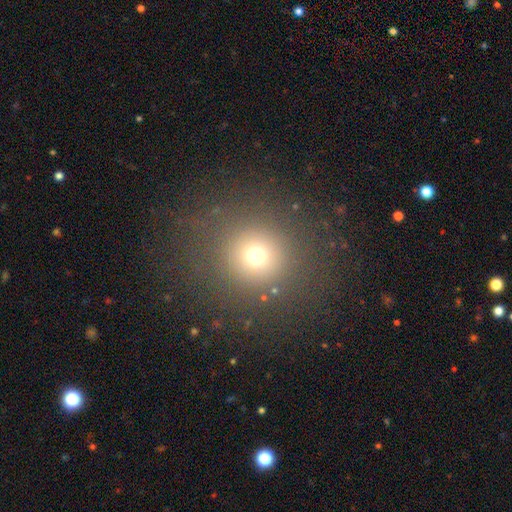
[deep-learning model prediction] This is likely a smooth galaxy (70%). How rounded: clearly round (92%). Merging: clearly none (84%).